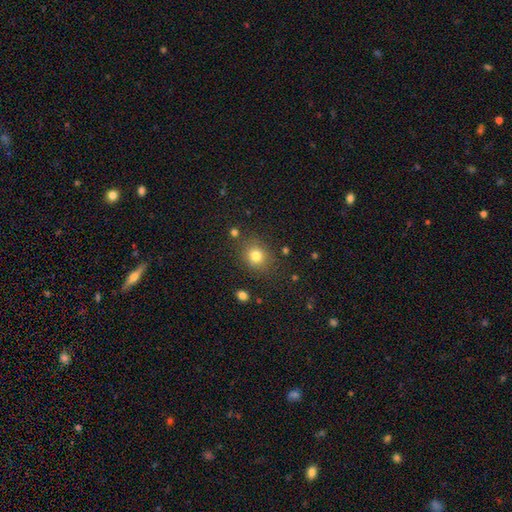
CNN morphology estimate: A smooth galaxy with no disk features (80%) that is round (75%).

Vote fractions:
- Smooth or featured? smooth: 80% / star or artifact: 13% / featured or disk: 7%
- How rounded? round: 75% / in between: 24% / cigar-shaped: 1%
- Merging? none: 82% / minor disturbance: 10% / major disturbance: 4% / merger: 4%